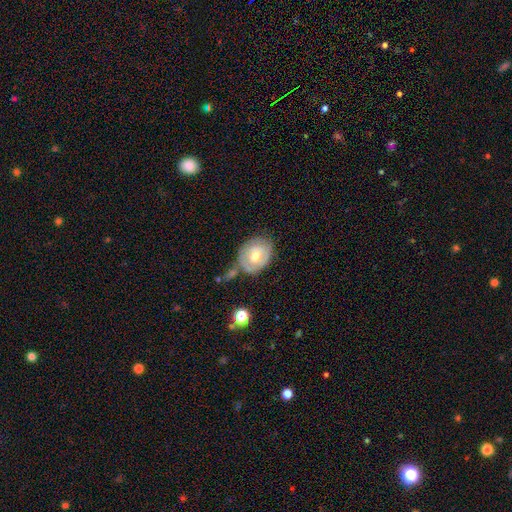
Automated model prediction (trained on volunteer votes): Smooth or featured?
  - featured or disk: 49% *
  - smooth: 44%
  - star or artifact: 7%
Merging?
  - none: 52% *
  - minor disturbance: 25%
  - merger: 13%
  - major disturbance: 9%